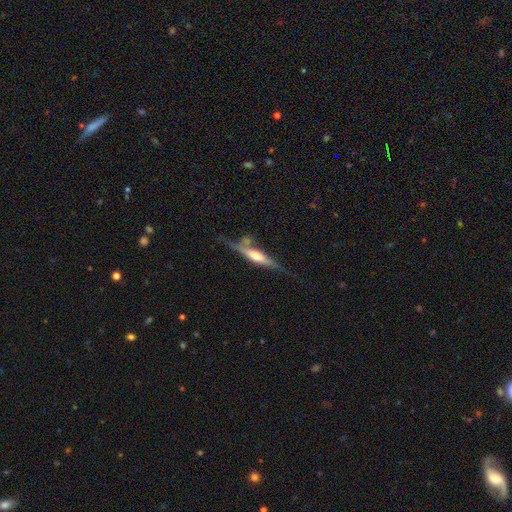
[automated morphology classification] This is possibly a featured or disk galaxy (59%). It is clearly viewed edge-on (88%). Edge-on bulge: likely rounded (70%). Merging: possibly none (54%).